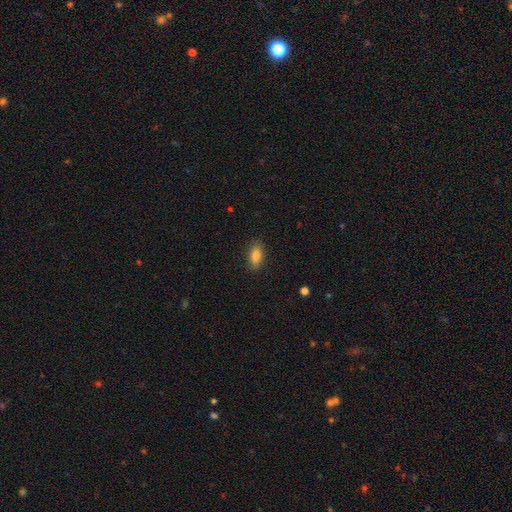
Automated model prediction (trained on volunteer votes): smooth_or_featured: smooth (p=0.84) [alt: featured or disk p=0.08]
how_rounded: in between (p=0.86) [alt: cigar-shaped p=0.10]
merging: none (p=0.84) [alt: minor disturbance p=0.12]